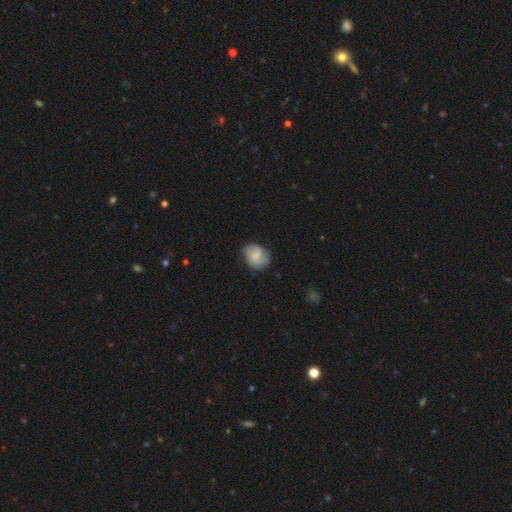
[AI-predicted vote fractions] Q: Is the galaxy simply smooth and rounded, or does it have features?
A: smooth — 47%.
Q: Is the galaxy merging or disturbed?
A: none — 67%.